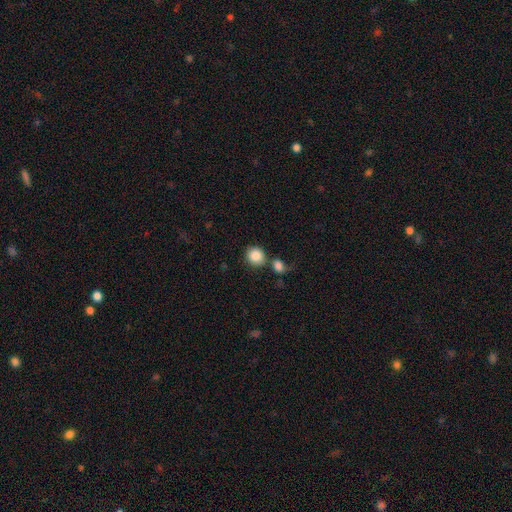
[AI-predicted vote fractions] smooth_or_featured: smooth (p=0.86) [alt: star or artifact p=0.08]
how_rounded: round (p=0.86) [alt: in between p=0.13]
merging: none (p=0.65) [alt: merger p=0.21]